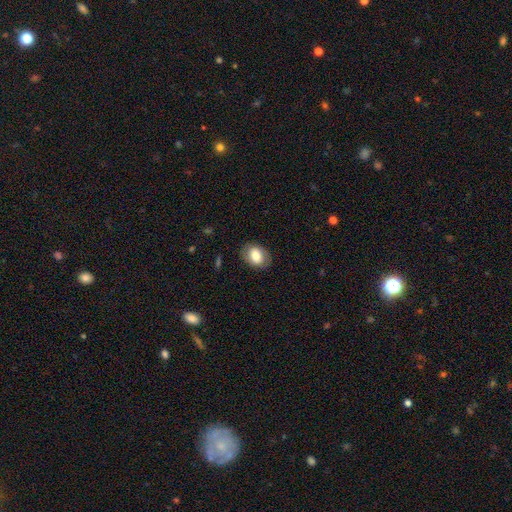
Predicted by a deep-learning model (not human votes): Q: Smooth or featured?
A: smooth (75%); runner-up: featured or disk (17%)
Q: How rounded?
A: in between (72%); runner-up: round (27%)
Q: Merging?
A: none (83%); runner-up: minor disturbance (12%)